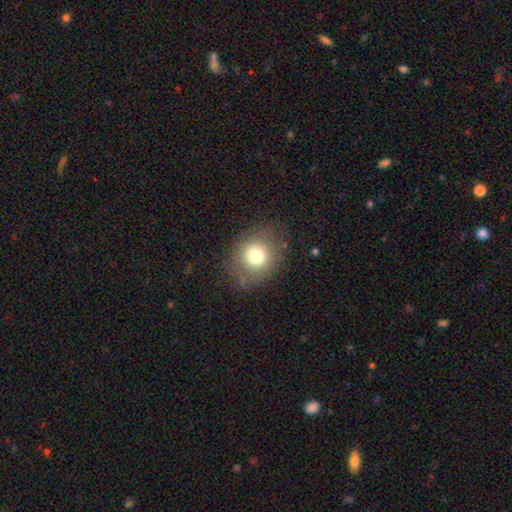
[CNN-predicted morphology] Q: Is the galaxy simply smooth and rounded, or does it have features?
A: smooth — 74%.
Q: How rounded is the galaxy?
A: round — 76%.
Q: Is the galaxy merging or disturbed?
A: none — 77%.